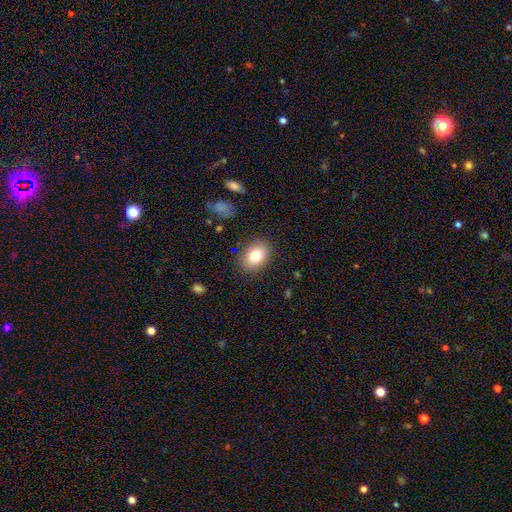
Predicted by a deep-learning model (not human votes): smooth 80%, featured or disk 11%, star or artifact 9%. Down the decision tree: how rounded — in between (71%); merging — none (86%).